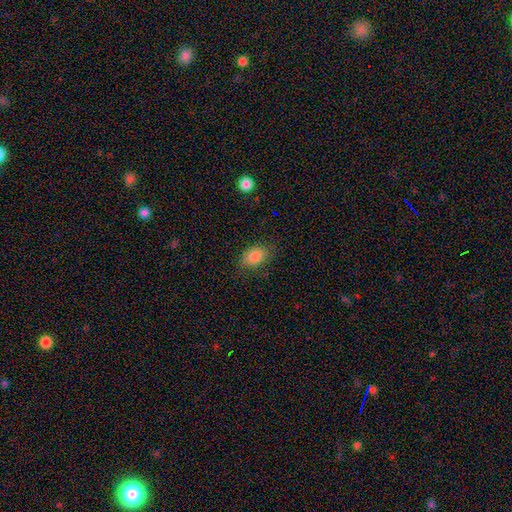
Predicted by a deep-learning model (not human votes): smooth_or_featured: smooth (p=0.85) [alt: star or artifact p=0.08]
how_rounded: in between (p=0.85) [alt: round p=0.13]
merging: none (p=0.77) [alt: minor disturbance p=0.16]